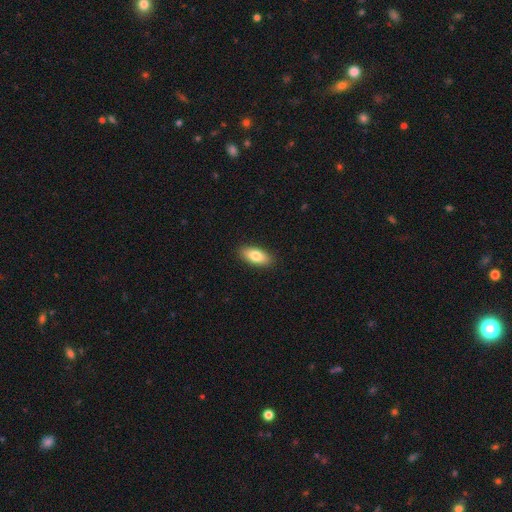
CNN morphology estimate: A smooth galaxy with no disk features (80%) that is in between round and cigar-shaped (86%).

Vote fractions:
- Smooth or featured? smooth: 80% / featured or disk: 13% / star or artifact: 6%
- How rounded? in between: 86% / cigar-shaped: 11% / round: 3%
- Merging? none: 90% / minor disturbance: 8% / major disturbance: 2% / merger: 1%